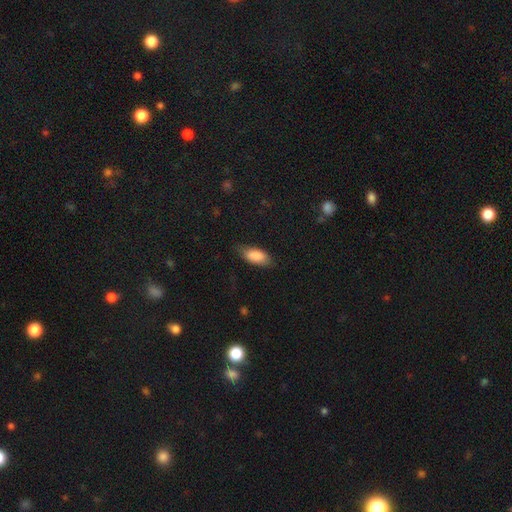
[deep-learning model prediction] Smooth or featured?
  - smooth: 86% *
  - featured or disk: 8%
  - star or artifact: 6%
How rounded?
  - in between: 87% *
  - cigar-shaped: 10%
  - round: 2%
Merging?
  - none: 72% *
  - minor disturbance: 22%
  - major disturbance: 5%
  - merger: 1%